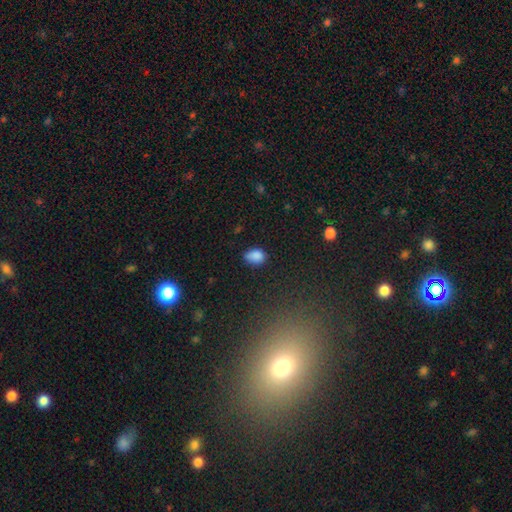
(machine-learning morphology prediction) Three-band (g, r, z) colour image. It shows a smooth galaxy with no disk features (85%) that is in between round and cigar-shaped (74%). Merging: none (67%).